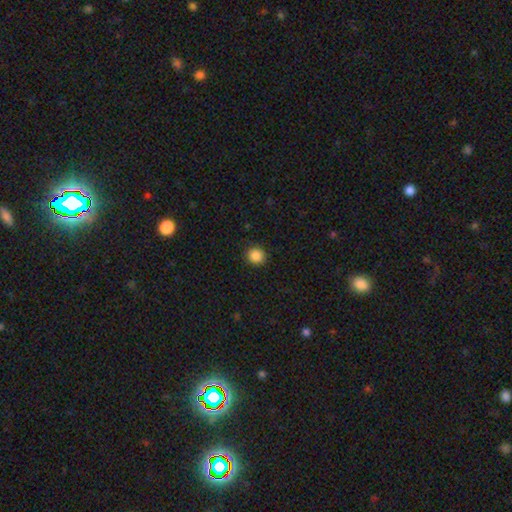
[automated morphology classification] This is clearly a smooth galaxy (87%). How rounded: clearly round (89%). Merging: clearly none (91%).